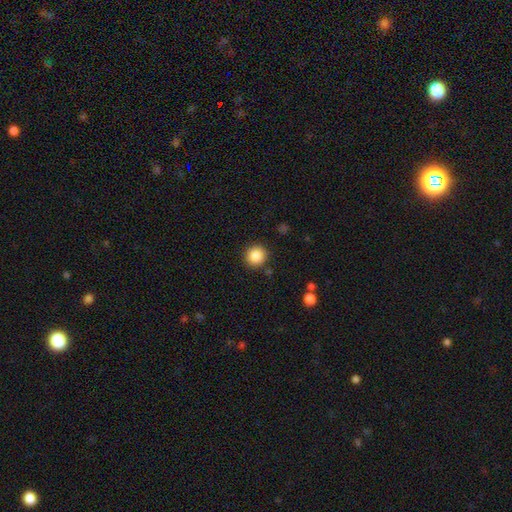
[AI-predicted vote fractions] This appears to be a smooth galaxy with no disk features (87%) that is round (94%). Merging: none (89%).